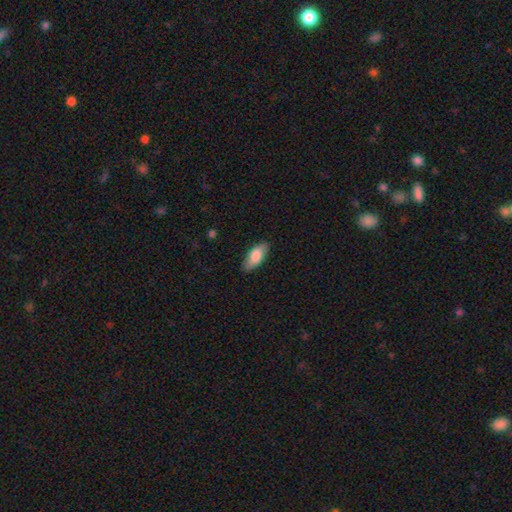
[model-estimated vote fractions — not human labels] This appears to be a smooth galaxy with no disk features (80%) that is in between round and cigar-shaped (85%). Merging: none (85%).